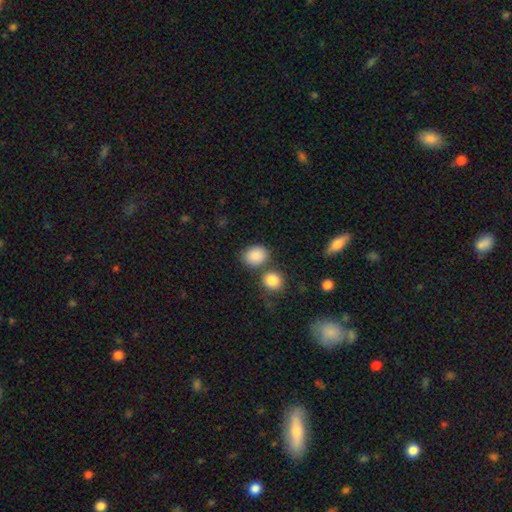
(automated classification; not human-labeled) smooth 87%, star or artifact 8%, featured or disk 4%. Down the decision tree: how rounded — in between (50%); merging — none (64%).